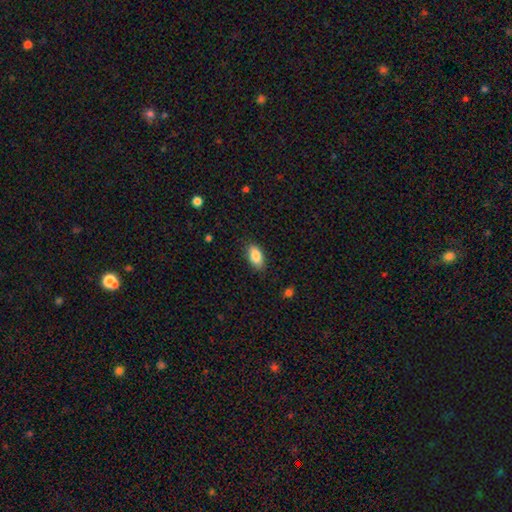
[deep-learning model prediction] Smooth or featured: smooth — 86% (star or artifact — 7%)
How rounded: in between — 91% (cigar-shaped — 6%)
Merging: none — 86% (minor disturbance — 11%)